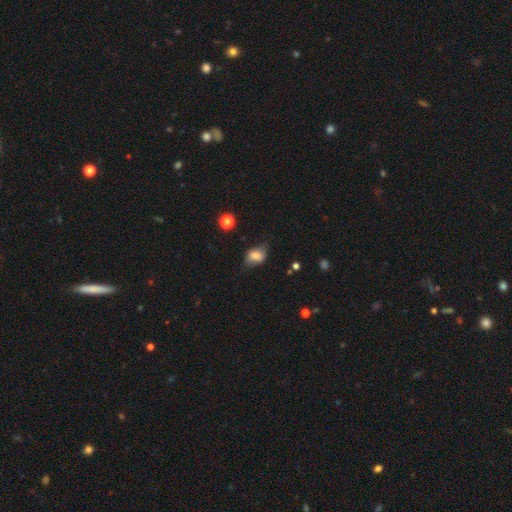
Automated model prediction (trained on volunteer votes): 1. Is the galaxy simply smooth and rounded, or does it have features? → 69% smooth, 21% featured or disk, 9% star or artifact.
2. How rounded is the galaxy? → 70% in between, 28% round, 2% cigar-shaped.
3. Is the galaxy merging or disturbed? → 63% none, 27% minor disturbance, 8% major disturbance, 2% merger.